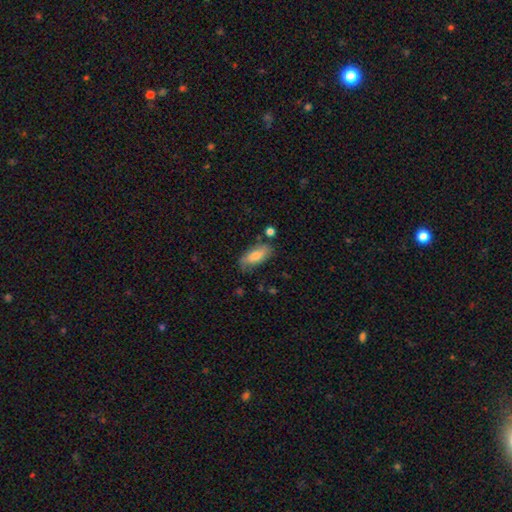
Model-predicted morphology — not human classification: A smooth galaxy with no disk features (73%) that is in between round and cigar-shaped (82%).

Vote fractions:
- Smooth or featured? smooth: 73% / featured or disk: 20% / star or artifact: 7%
- How rounded? in between: 82% / cigar-shaped: 15% / round: 3%
- Merging? none: 73% / minor disturbance: 19% / merger: 5% / major disturbance: 4%